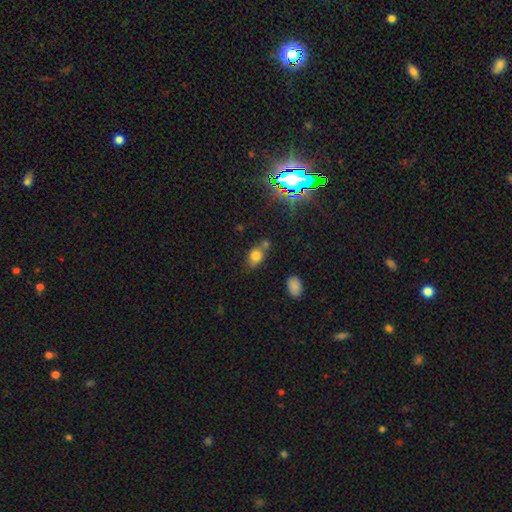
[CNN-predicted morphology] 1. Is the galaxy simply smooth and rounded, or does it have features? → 76% smooth, 14% star or artifact, 10% featured or disk.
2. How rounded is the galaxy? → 73% in between, 24% round, 2% cigar-shaped.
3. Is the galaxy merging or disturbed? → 57% none, 20% merger, 18% minor disturbance, 5% major disturbance.